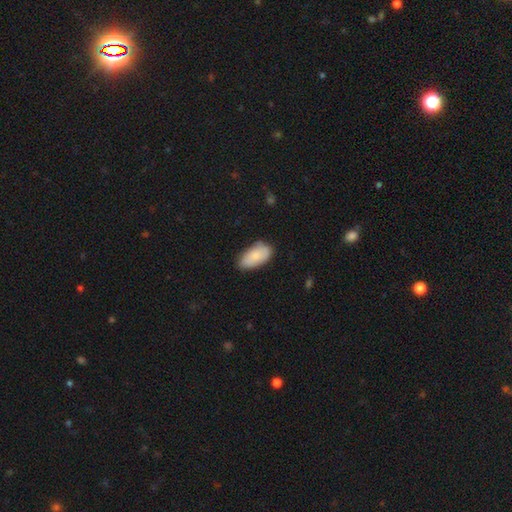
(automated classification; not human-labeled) Overall: smooth (83%). How rounded: in between (93%). Merging: none (69%).